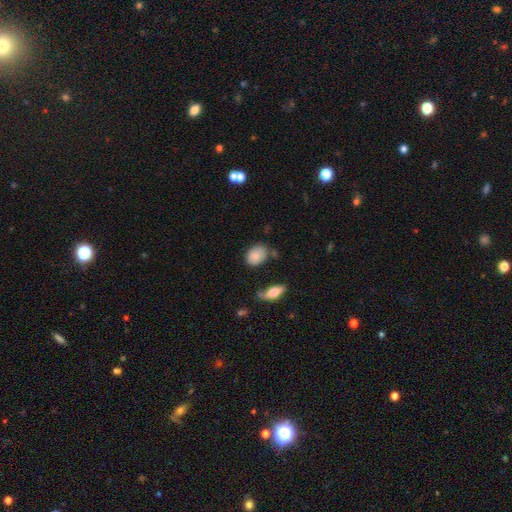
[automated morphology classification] The model was most divided on "how rounded": in between: 68%, round: 31%, cigar-shaped: 2%. More confident: smooth or featured — smooth (84%); merging — none (65%).